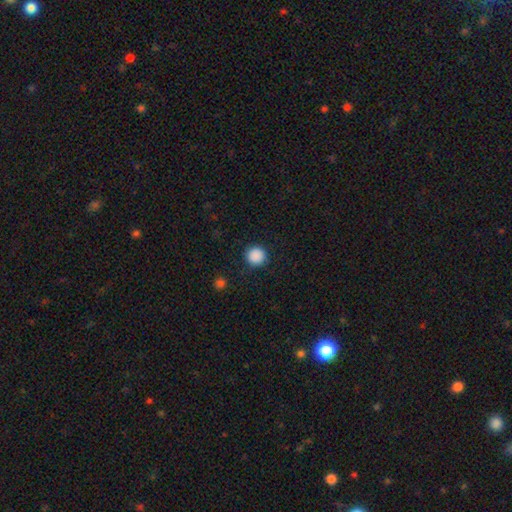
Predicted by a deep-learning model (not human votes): Smooth or featured? smooth (89%)
How rounded? round (95%)
Merging? none (91%)